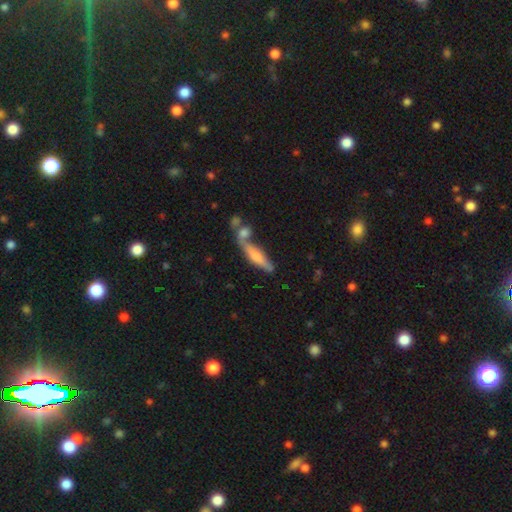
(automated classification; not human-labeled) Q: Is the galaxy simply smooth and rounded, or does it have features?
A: smooth — 52%.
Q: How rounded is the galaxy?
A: cigar-shaped — 78%.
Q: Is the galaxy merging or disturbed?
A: none — 46%.